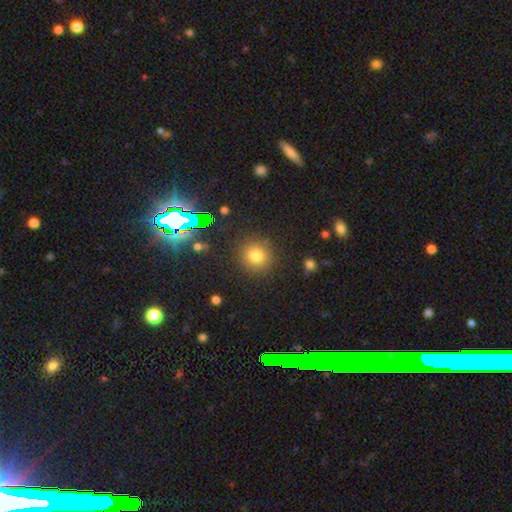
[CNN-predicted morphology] This appears to be a smooth galaxy with no disk features (75%) that is round (91%). Merging: none (87%).